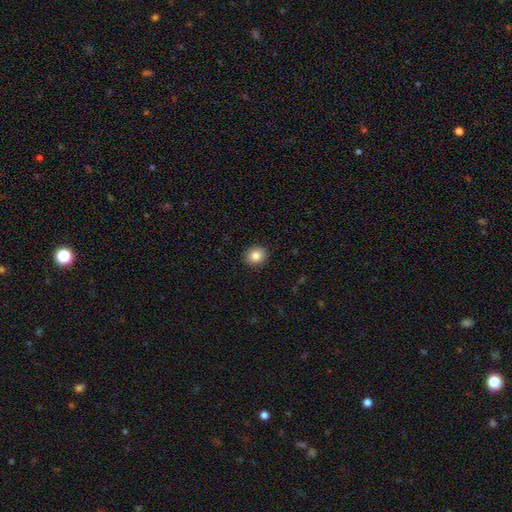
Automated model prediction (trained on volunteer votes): This appears to be a smooth galaxy with no disk features (84%) that is round (71%). Merging: none (91%).